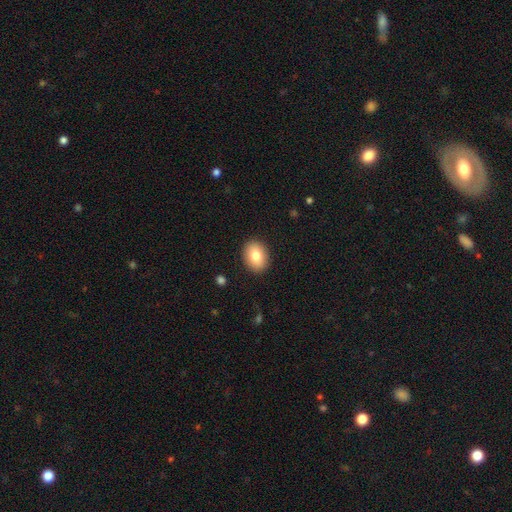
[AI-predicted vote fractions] Smooth or featured? Predicted: smooth (p=0.81). How rounded? Predicted: in between (p=0.68). Merging? Predicted: none (p=0.90).